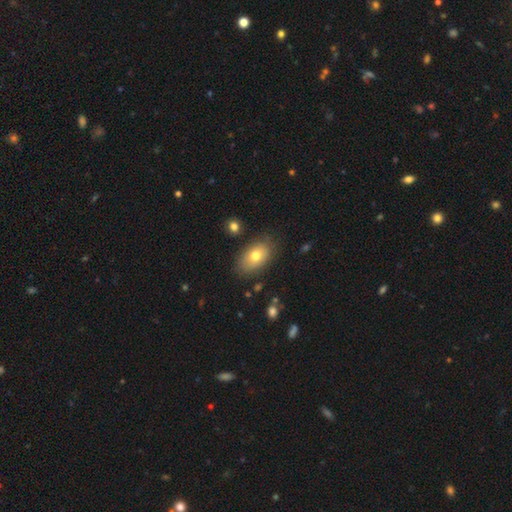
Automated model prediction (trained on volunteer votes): The model was most divided on "smooth or featured": smooth: 73%, featured or disk: 19%, star or artifact: 8%. More confident: how rounded — in between (90%); merging — none (79%).